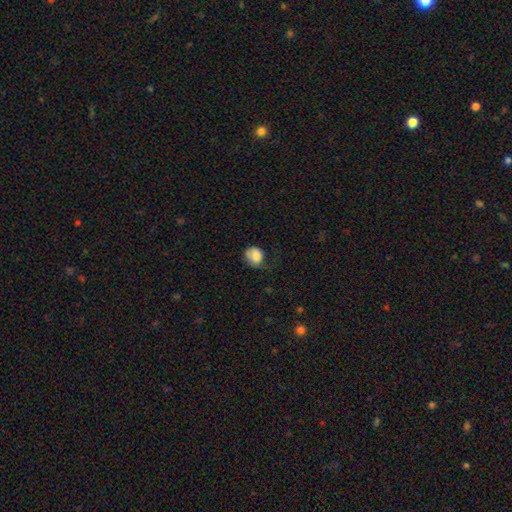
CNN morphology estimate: smooth 79%, featured or disk 13%, star or artifact 8%. Down the decision tree: how rounded — round (60%); merging — none (37%).